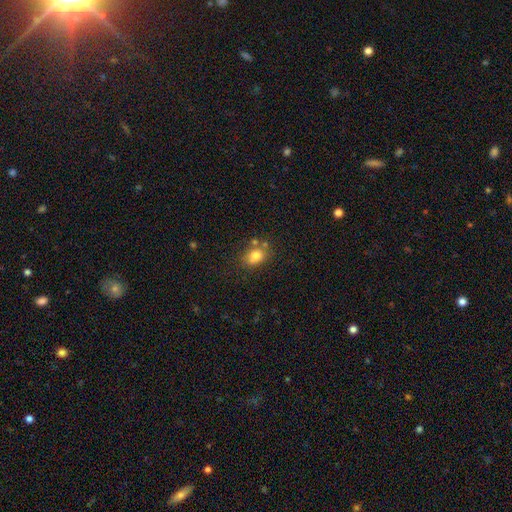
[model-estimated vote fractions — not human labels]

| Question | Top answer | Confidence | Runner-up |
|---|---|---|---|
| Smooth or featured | smooth | 78% | star or artifact (11%) |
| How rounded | in between | 61% | round (38%) |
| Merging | none | 61% | merger (17%) |